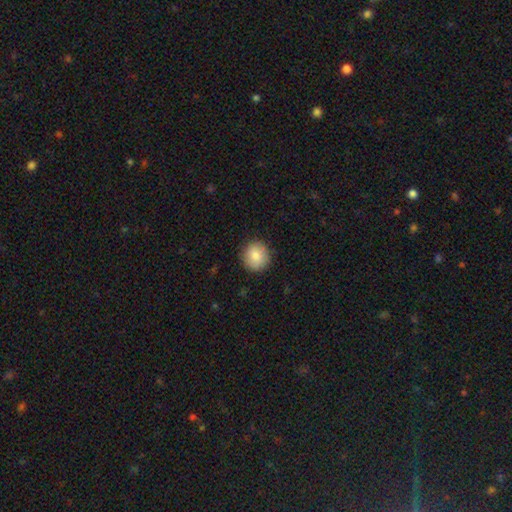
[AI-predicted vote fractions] Overall: smooth (85%). How rounded: round (90%). Merging: none (89%).